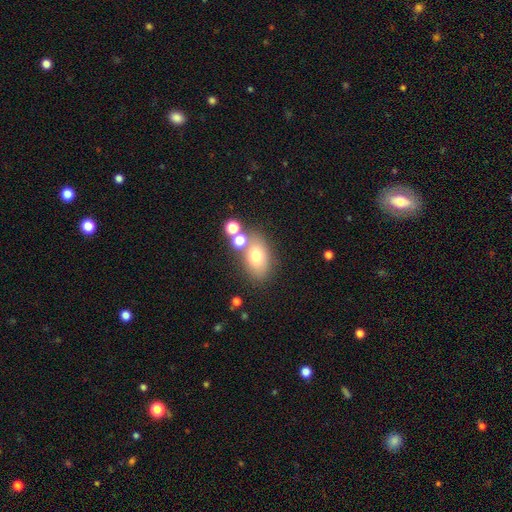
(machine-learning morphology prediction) A smooth galaxy with no disk features (70%) that is in between round and cigar-shaped (78%). Merging: none (62%).